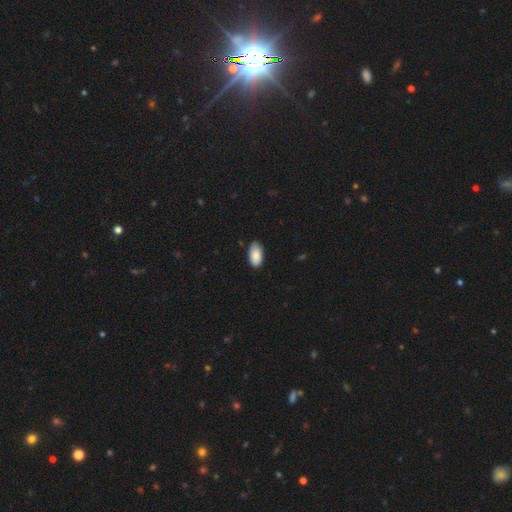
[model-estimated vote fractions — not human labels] This is clearly a smooth galaxy (87%). How rounded: clearly in between (95%). Merging: clearly none (81%).